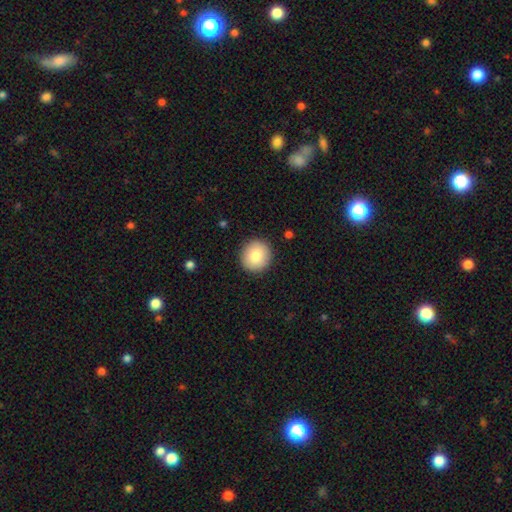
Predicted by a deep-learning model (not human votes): Q: Smooth or featured?
A: smooth (84%); runner-up: featured or disk (9%)
Q: How rounded?
A: round (92%); runner-up: in between (7%)
Q: Merging?
A: none (91%); runner-up: minor disturbance (6%)